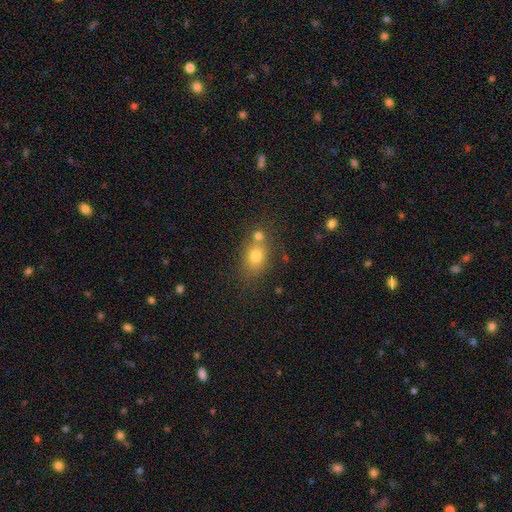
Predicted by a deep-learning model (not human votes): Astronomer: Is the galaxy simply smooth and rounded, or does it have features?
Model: smooth — 75%.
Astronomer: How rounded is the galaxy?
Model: in between — 54% (runner-up: round, 44%).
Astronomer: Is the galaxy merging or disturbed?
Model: none — 58%.